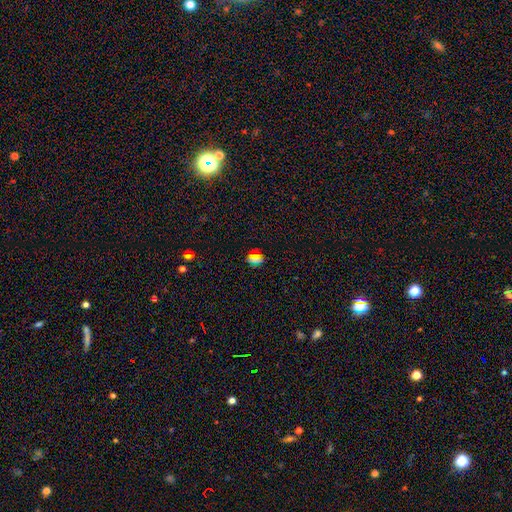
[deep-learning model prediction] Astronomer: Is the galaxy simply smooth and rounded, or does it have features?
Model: smooth — 56% (runner-up: star or artifact, 37%).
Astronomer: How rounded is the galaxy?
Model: round — 59% (runner-up: in between, 35%).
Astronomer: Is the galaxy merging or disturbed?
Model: none — 83%.